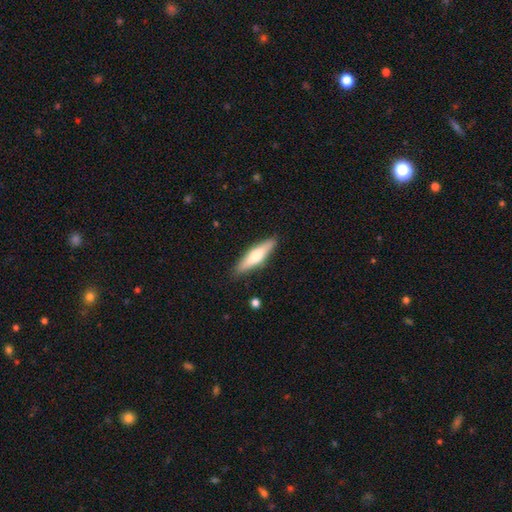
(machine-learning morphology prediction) Overall: smooth (53%; featured or disk 42%). How rounded: cigar-shaped (72%). Merging: none (87%).